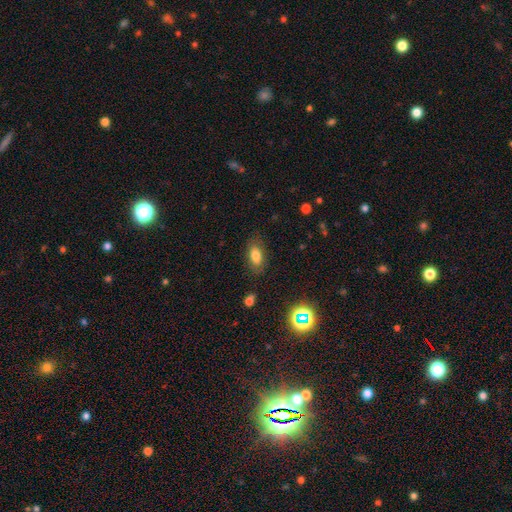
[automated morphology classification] Smooth or featured? Predicted: smooth (p=0.76). How rounded? Predicted: in between (p=0.88). Merging? Predicted: none (p=0.81).